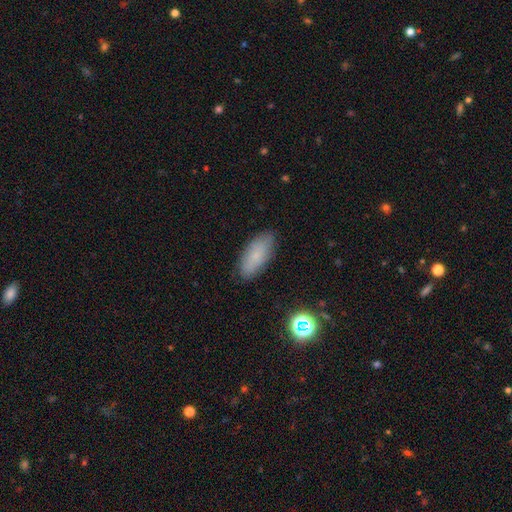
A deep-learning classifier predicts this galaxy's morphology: This appears to be a smooth galaxy with no disk features (72%) that is in between round and cigar-shaped (83%). Merging: none (84%).